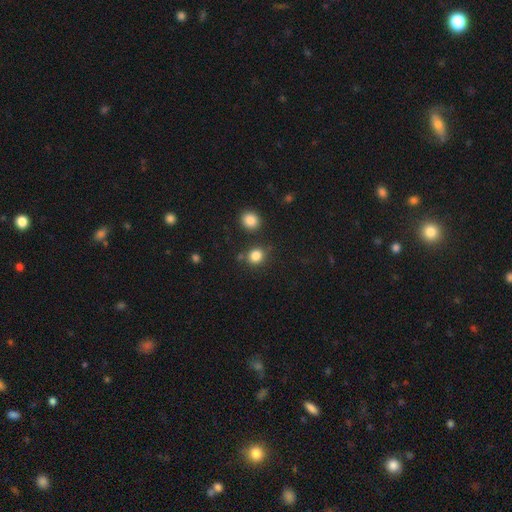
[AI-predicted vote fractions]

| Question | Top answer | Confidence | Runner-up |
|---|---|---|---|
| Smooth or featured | smooth | 84% | star or artifact (12%) |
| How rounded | round | 76% | in between (23%) |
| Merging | none | 77% | minor disturbance (11%) |